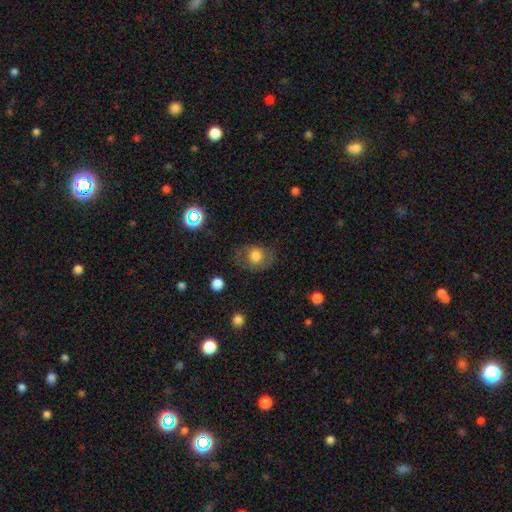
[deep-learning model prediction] Smooth or featured? smooth (63%)
How rounded? round (65%)
Merging? none (67%)